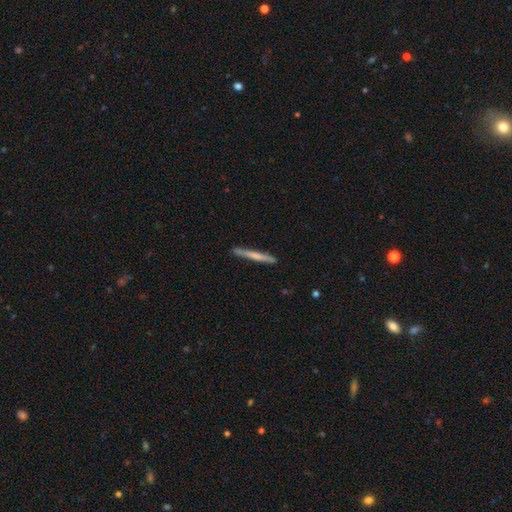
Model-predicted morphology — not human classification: This appears to be a smooth galaxy with no disk features (57%) that is cigar-shaped (97%). Merging: none (88%).